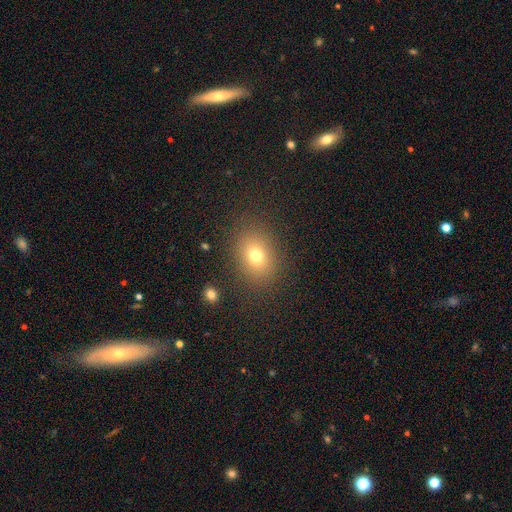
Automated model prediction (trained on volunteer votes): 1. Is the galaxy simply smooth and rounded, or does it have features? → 73% smooth, 15% star or artifact, 12% featured or disk.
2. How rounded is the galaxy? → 56% in between, 43% round, 1% cigar-shaped.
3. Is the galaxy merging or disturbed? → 84% none, 10% minor disturbance, 5% major disturbance, 2% merger.